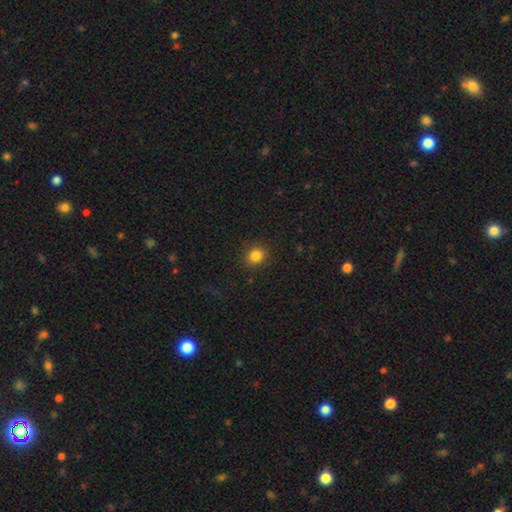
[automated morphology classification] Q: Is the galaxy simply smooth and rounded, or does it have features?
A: smooth — 84%.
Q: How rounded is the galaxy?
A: round — 82%.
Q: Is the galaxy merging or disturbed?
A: none — 90%.